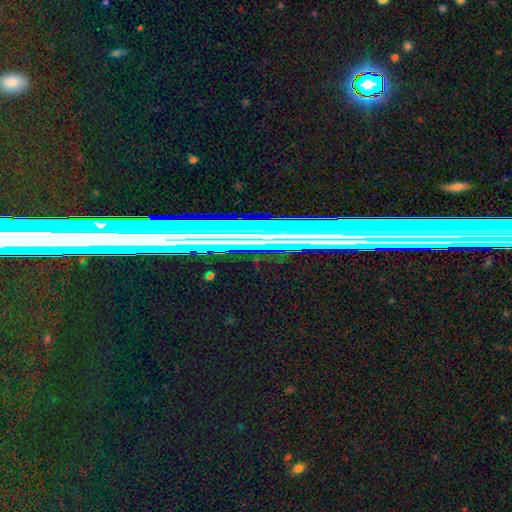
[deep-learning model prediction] Overall: star or artifact (50%; featured or disk 30%).